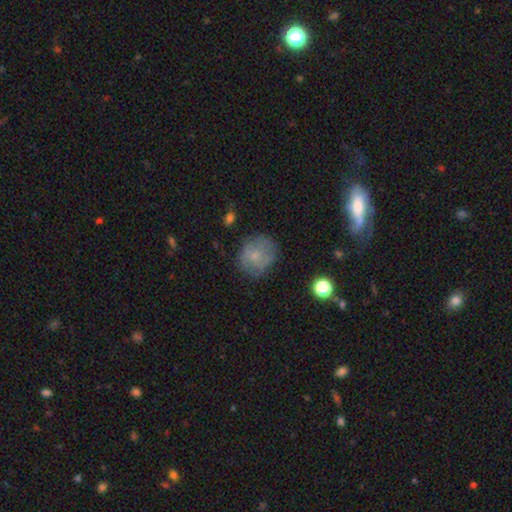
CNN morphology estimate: This is possibly a smooth galaxy (57%). How rounded: likely round (76%). Merging: likely none (69%).